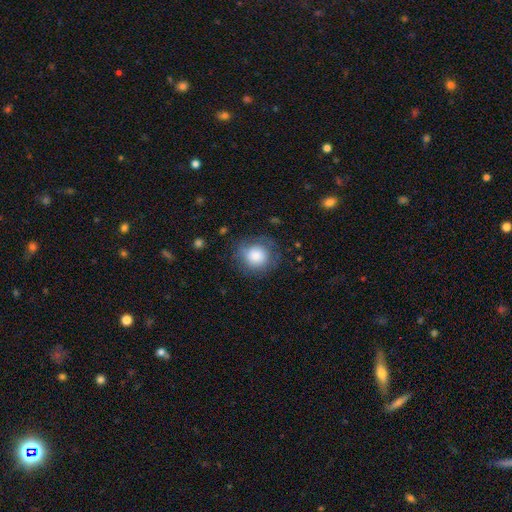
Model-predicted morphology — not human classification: Smooth or featured: smooth — 78% (featured or disk — 13%)
How rounded: round — 90% (in between — 9%)
Merging: none — 74% (minor disturbance — 17%)